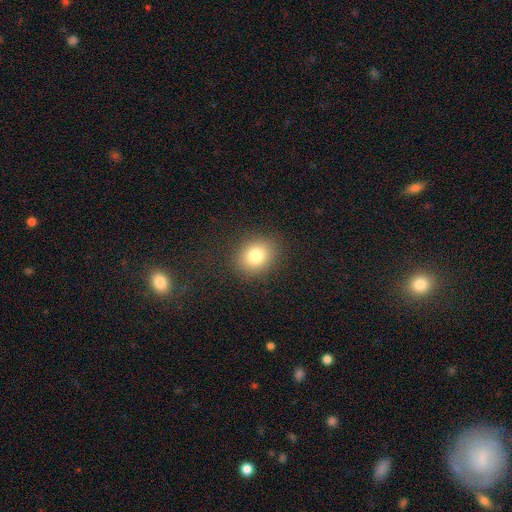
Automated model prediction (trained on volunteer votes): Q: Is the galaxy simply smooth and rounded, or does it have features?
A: smooth — 80%.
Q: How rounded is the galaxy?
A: round — 60%.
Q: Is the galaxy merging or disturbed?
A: none — 88%.